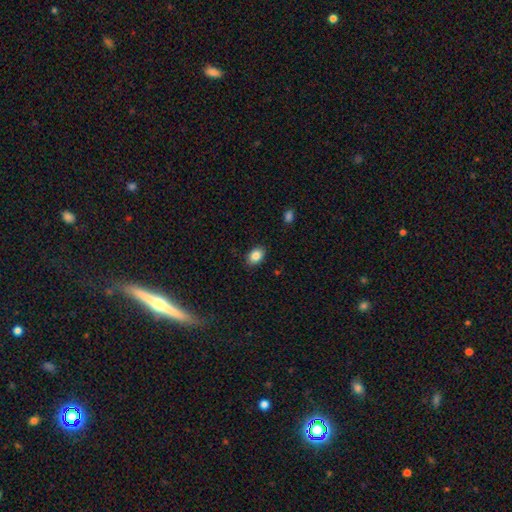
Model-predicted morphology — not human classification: smooth 86%, star or artifact 8%, featured or disk 6%. Down the decision tree: how rounded — in between (82%); merging — none (87%).